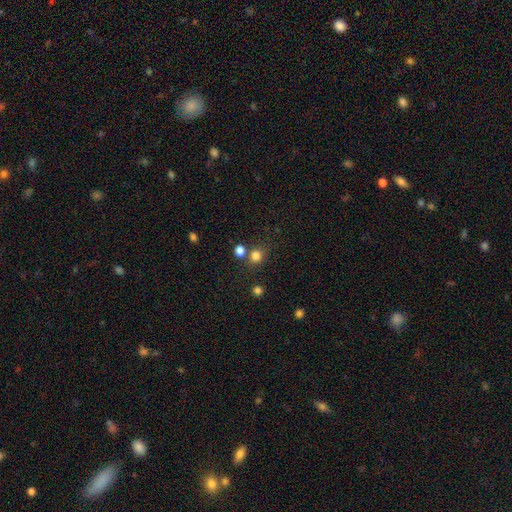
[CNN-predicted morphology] This appears to be a smooth galaxy with no disk features (79%) that is round (82%). Merging: none (68%).